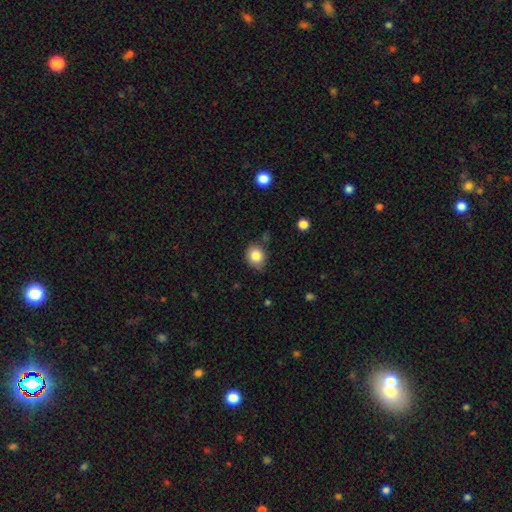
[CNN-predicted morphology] smooth-or-featured: smooth: 84% | star or artifact: 9% | featured or disk: 7%
  how-rounded: round: 63% | in between: 36% | cigar-shaped: 1%
  merging: none: 78% | minor disturbance: 17% | major disturbance: 3% | merger: 3%